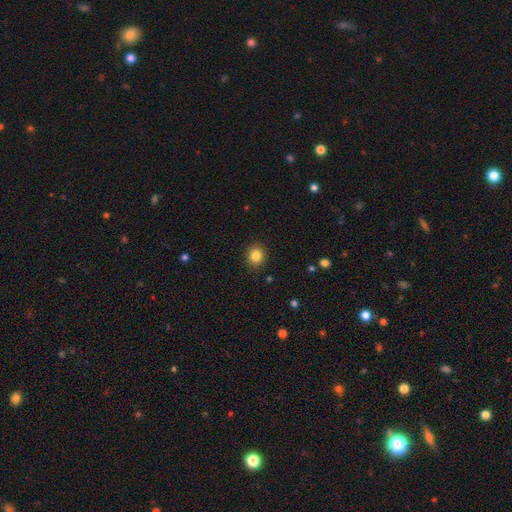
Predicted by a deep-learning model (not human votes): Morphology: type=smooth (85%); roundness=round (81%); merging=none (91%).